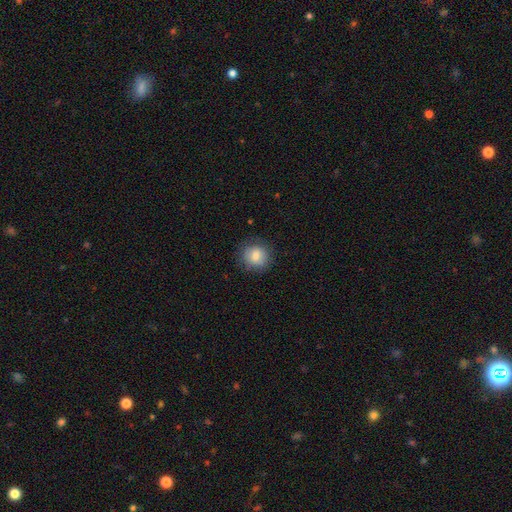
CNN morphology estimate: Smooth or featured: smooth — 80% (featured or disk — 11%)
How rounded: round — 86% (in between — 13%)
Merging: none — 84% (minor disturbance — 11%)